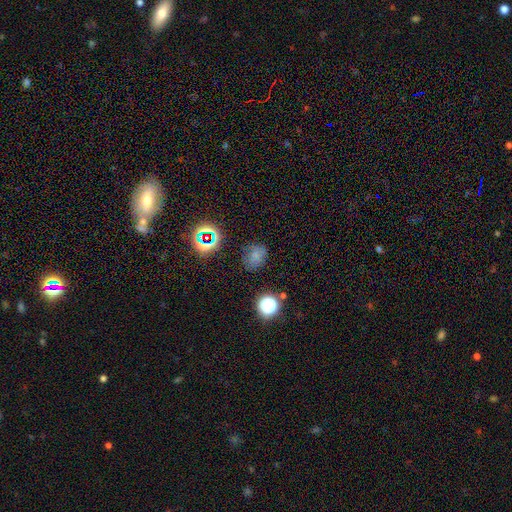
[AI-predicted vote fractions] Smooth or featured? Predicted: smooth (p=0.59). How rounded? Predicted: round (p=0.60). Merging? Predicted: none (p=0.69).